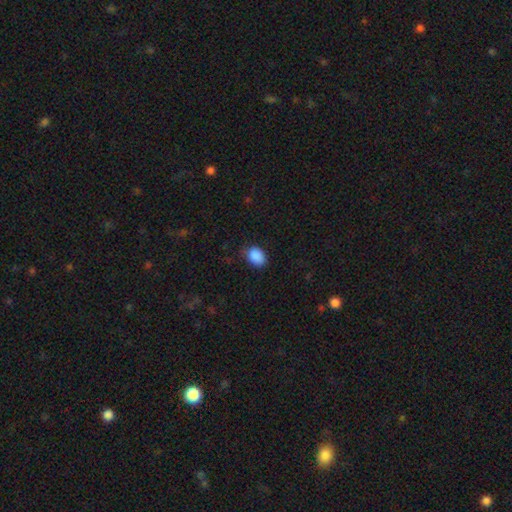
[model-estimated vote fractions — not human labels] A smooth galaxy with no disk features (89%) that is in between round and cigar-shaped (76%). Merging: none (78%).